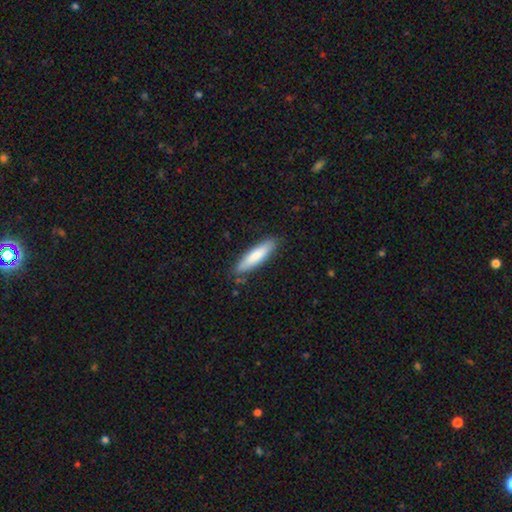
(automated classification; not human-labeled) Q: Smooth or featured?
A: smooth (80%); runner-up: featured or disk (14%)
Q: How rounded?
A: cigar-shaped (73%); runner-up: in between (25%)
Q: Merging?
A: none (85%); runner-up: minor disturbance (12%)